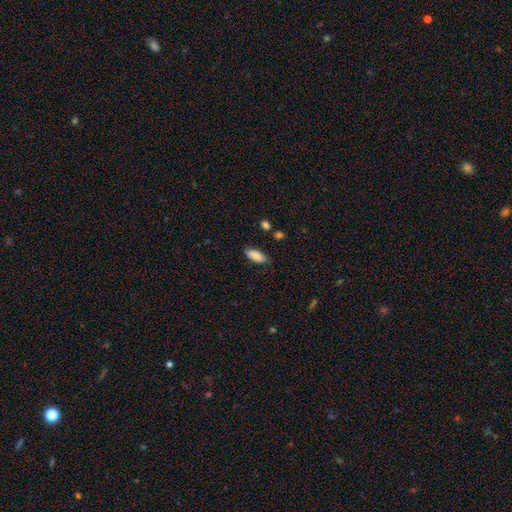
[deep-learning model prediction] smooth 85%, featured or disk 8%, star or artifact 7%. Down the decision tree: how rounded — in between (80%); merging — none (84%).